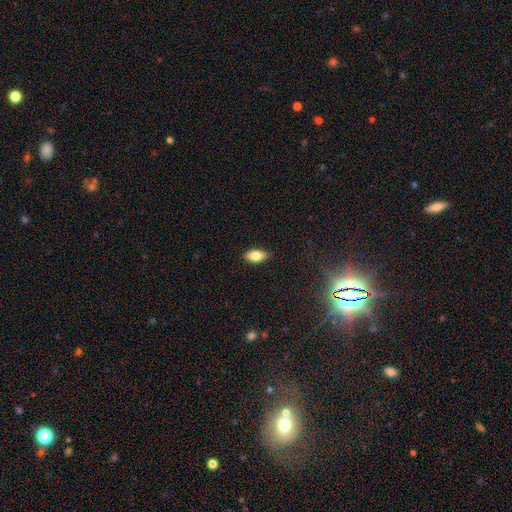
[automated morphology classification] Smooth or featured? smooth (77%)
How rounded? in between (89%)
Merging? none (85%)